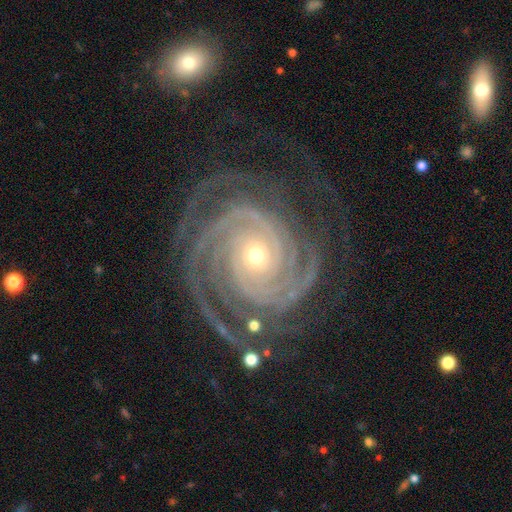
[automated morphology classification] smooth_or_featured: featured or disk (p=0.93) [alt: star or artifact p=0.05]
disk_edge_on: no (p=0.97) [alt: yes p=0.03]
bar: no (p=0.73) [alt: weak p=0.16]
has_spiral_arms: yes (p=0.99) [alt: no p=0.01]
spiral_winding: tight (p=0.82) [alt: medium p=0.16]
spiral_arm_count: 3 (p=0.28) [alt: 2 p=0.21]
bulge_size: small (p=0.59) [alt: moderate p=0.37]
merging: none (p=0.71) [alt: minor disturbance p=0.17]